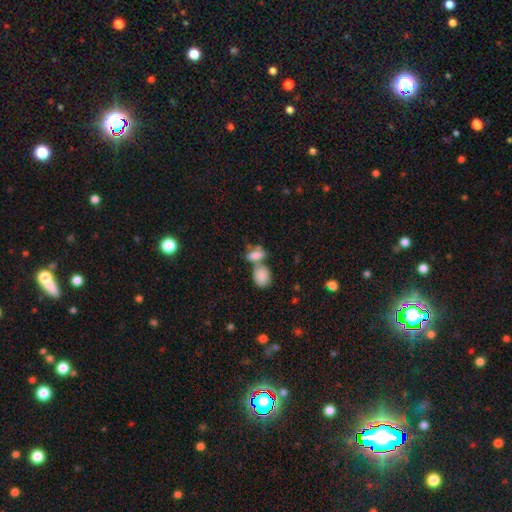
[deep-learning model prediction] smooth 80%, featured or disk 11%, star or artifact 9%. Down the decision tree: how rounded — in between (82%); merging — merger (55%).